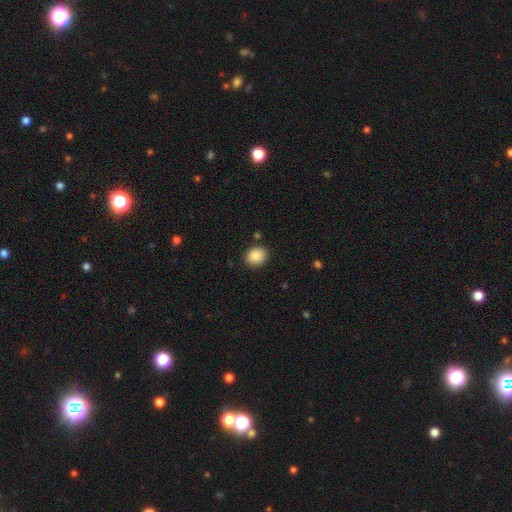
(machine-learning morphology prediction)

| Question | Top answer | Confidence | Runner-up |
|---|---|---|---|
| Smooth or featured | smooth | 88% | star or artifact (8%) |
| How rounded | round | 60% | in between (39%) |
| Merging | none | 86% | minor disturbance (10%) |